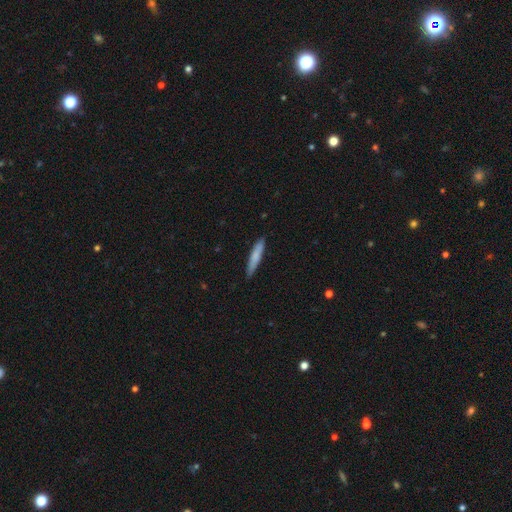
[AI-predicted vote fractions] smooth_or_featured: smooth (p=0.74) [alt: featured or disk p=0.20]
how_rounded: cigar-shaped (p=0.90) [alt: in between p=0.08]
merging: none (p=0.87) [alt: minor disturbance p=0.11]